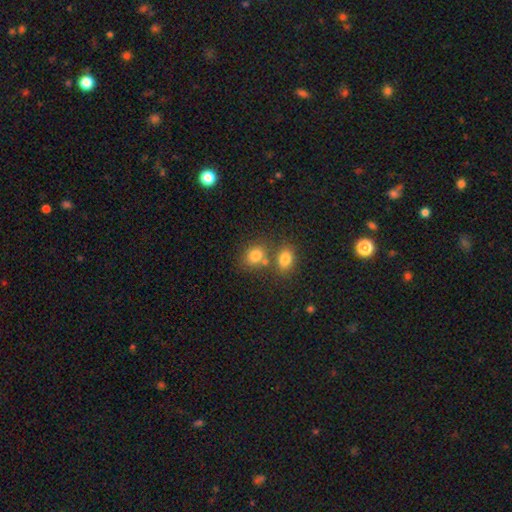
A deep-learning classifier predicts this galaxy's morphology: A smooth galaxy with no disk features (79%) that is round (58%).

Vote fractions:
- Smooth or featured? smooth: 79% / star or artifact: 13% / featured or disk: 9%
- How rounded? round: 58% / in between: 41% / cigar-shaped: 1%
- Merging? none: 55% / merger: 31% / minor disturbance: 10% / major disturbance: 4%